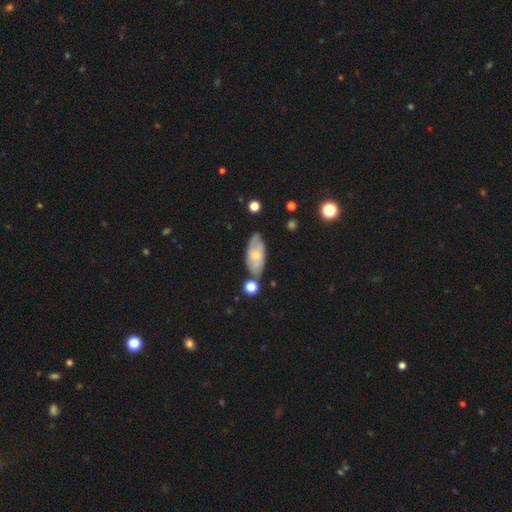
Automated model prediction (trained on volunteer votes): The model was most divided on "smooth or featured": featured or disk: 54%, smooth: 39%, star or artifact: 6%. More confident: edge-on disk — no (86%); merging — none (64%).